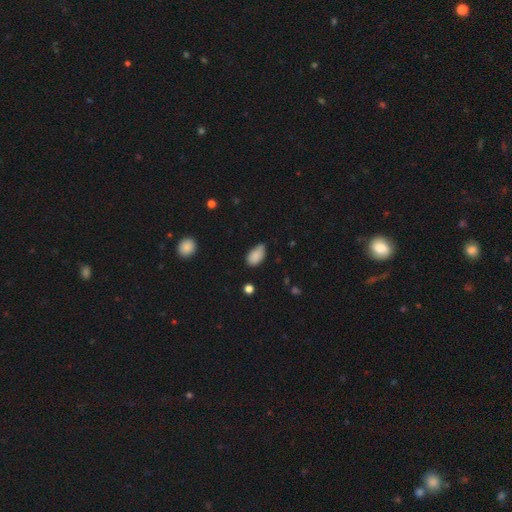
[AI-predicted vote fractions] The model was most divided on "merging": none: 54%, minor disturbance: 38%, major disturbance: 6%, merger: 2%. More confident: how rounded — in between (92%); smooth or featured — smooth (86%).